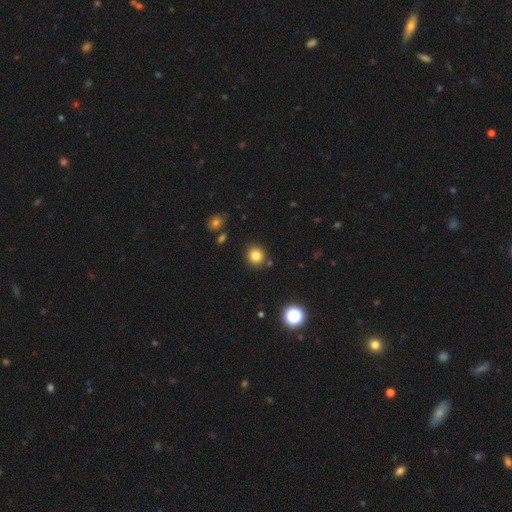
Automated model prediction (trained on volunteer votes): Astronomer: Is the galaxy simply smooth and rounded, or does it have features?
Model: smooth — 82%.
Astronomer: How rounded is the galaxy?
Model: round — 88%.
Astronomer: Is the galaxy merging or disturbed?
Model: none — 85%.